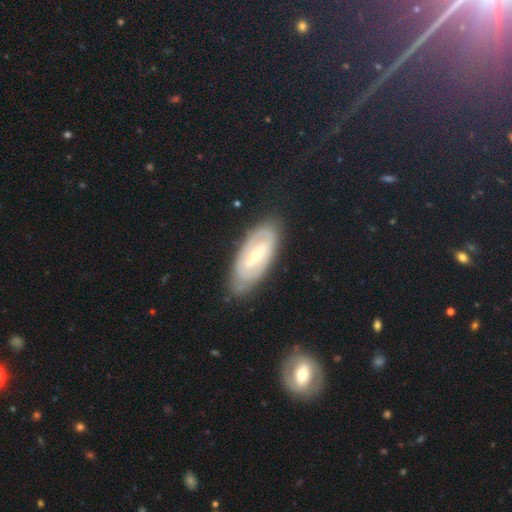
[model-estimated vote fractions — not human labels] A featured or disk galaxy (76%) with a weak bar (39%), spiral arms (68%) and a small central bulge (54%). Merging: none (78%).